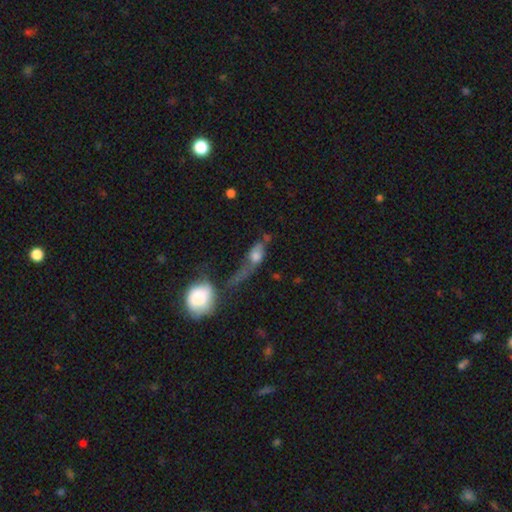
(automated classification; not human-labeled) Morphology: type=smooth (56%); roundness=in between (60%); merging=major disturbance (38%).